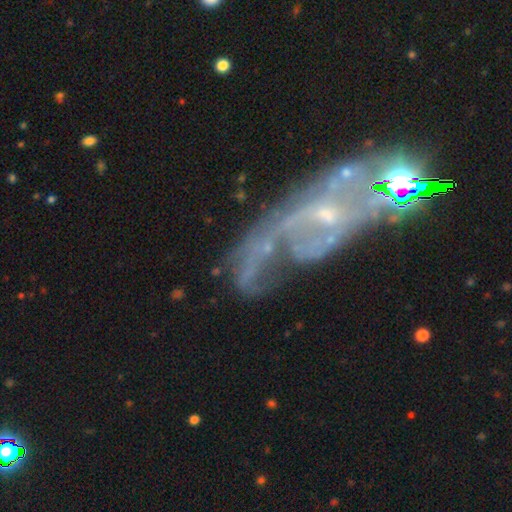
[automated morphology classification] A featured or disk galaxy (72%) with no bar (57%), spiral arms (67%) and a small central bulge (68%).

Vote fractions:
- Smooth or featured? featured or disk: 72% / star or artifact: 15% / smooth: 12%
- Edge-on disk? no: 90% / yes: 10%
- Bar? no: 57% / weak: 32% / strong: 11%
- Spiral arms? yes: 67% / no: 33%
- Bulge size? small: 68% / moderate: 17% / none: 12% / large: 2% / dominant: 1%
- Merging? none: 41% / major disturbance: 28% / minor disturbance: 20% / merger: 11%